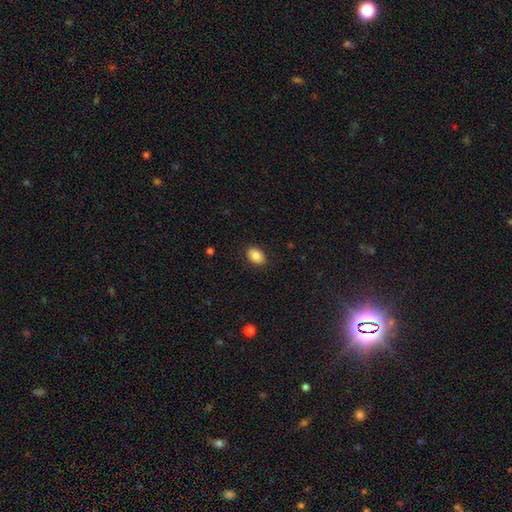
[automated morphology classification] smooth 85%, star or artifact 8%, featured or disk 7%. Down the decision tree: how rounded — in between (82%); merging — none (88%).